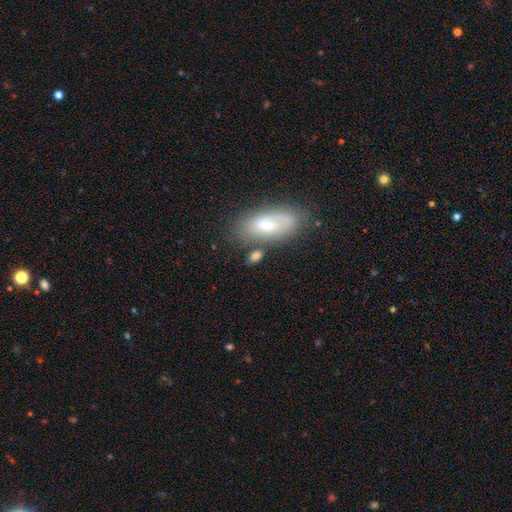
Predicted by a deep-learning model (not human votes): Overall: smooth (71%). How rounded: in between (82%). Merging: none (63%).